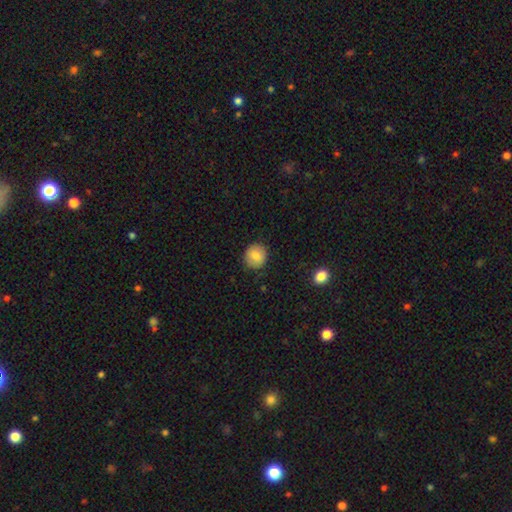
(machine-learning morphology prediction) This appears to be a smooth galaxy with no disk features (82%) that is round (85%). Merging: none (86%).